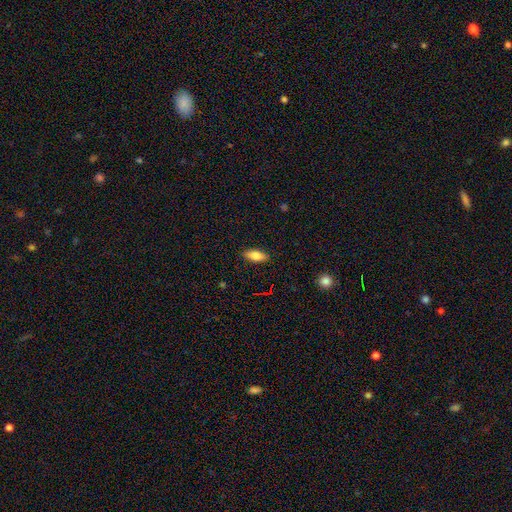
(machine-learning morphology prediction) smooth-or-featured: smooth: 78% | featured or disk: 15% | star or artifact: 7%
  how-rounded: in between: 80% | cigar-shaped: 17% | round: 3%
  merging: none: 88% | minor disturbance: 9% | major disturbance: 2% | merger: 1%